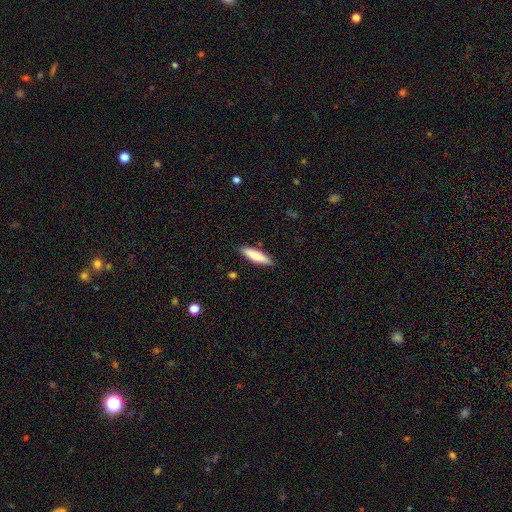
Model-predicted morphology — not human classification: A smooth galaxy with no disk features (79%) that is cigar-shaped (69%).

Vote fractions:
- Smooth or featured? smooth: 79% / featured or disk: 16% / star or artifact: 6%
- How rounded? cigar-shaped: 69% / in between: 30% / round: 1%
- Merging? none: 88% / minor disturbance: 9% / major disturbance: 2% / merger: 1%